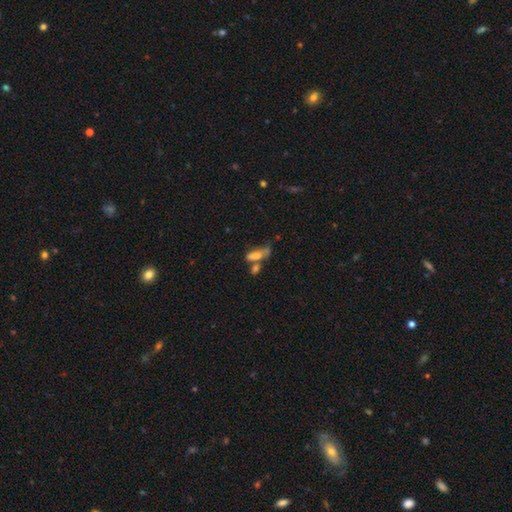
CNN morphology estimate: Smooth or featured?
  - smooth: 59% *
  - featured or disk: 29%
  - star or artifact: 12%
How rounded?
  - in between: 69% *
  - cigar-shaped: 26%
  - round: 6%
Merging?
  - merger: 43% *
  - none: 26%
  - major disturbance: 16%
  - minor disturbance: 16%